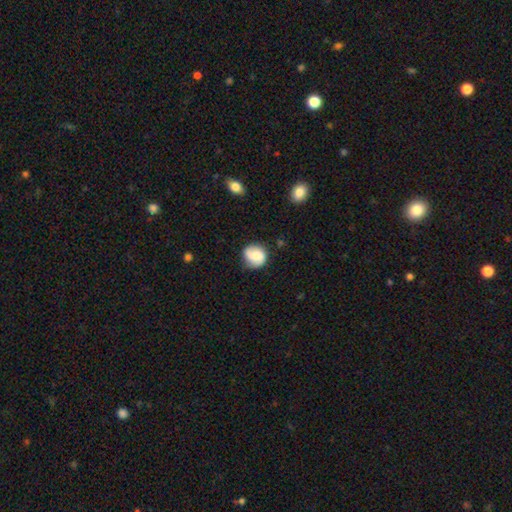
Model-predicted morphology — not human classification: type=smooth (48%); merging=none (77%).